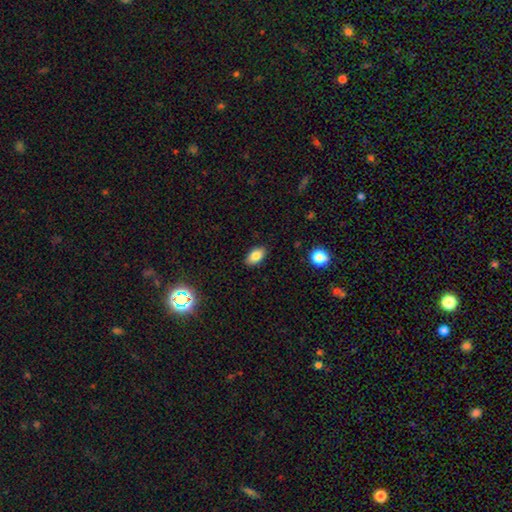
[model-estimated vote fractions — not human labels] smooth_or_featured: smooth (p=0.82) [alt: star or artifact p=0.09]
how_rounded: in between (p=0.92) [alt: round p=0.06]
merging: none (p=0.88) [alt: minor disturbance p=0.09]